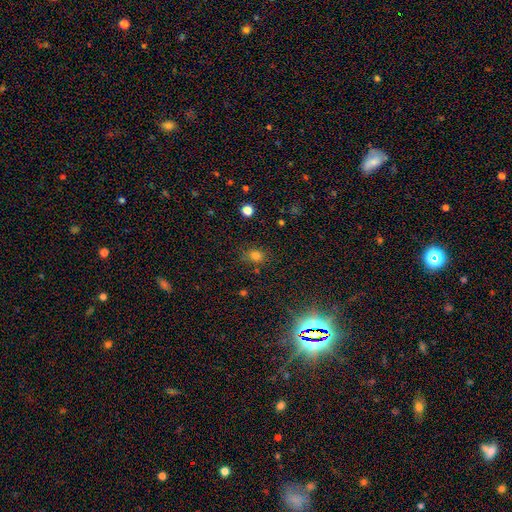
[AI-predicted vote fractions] smooth_or_featured: smooth (p=0.77) [alt: star or artifact p=0.17]
how_rounded: round (p=0.50) [alt: in between p=0.49]
merging: none (p=0.76) [alt: minor disturbance p=0.15]